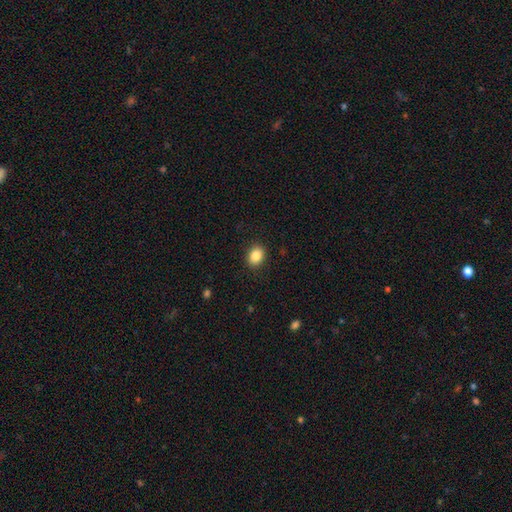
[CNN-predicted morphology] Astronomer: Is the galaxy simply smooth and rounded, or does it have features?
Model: smooth — 87%.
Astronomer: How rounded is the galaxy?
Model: in between — 62% (runner-up: round, 38%).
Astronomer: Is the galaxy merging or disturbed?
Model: none — 89%.